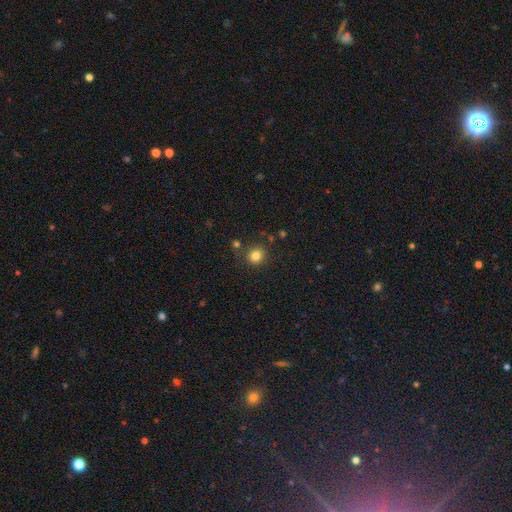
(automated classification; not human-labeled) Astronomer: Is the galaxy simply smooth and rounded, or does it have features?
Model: smooth — 82%.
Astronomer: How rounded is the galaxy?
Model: round — 88%.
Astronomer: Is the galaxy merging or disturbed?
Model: none — 83%.